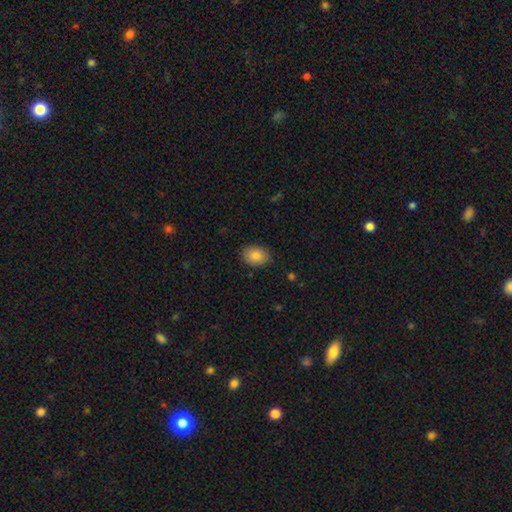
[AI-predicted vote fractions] Overall: smooth (87%). How rounded: in between (77%). Merging: none (86%).